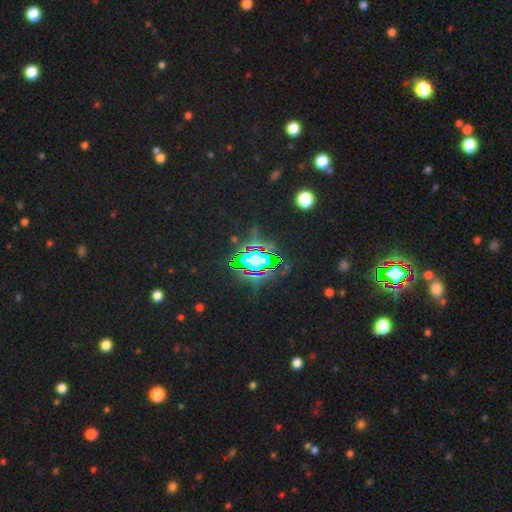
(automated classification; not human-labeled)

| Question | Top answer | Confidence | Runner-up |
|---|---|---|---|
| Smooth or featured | star or artifact | 81% | smooth (11%) |